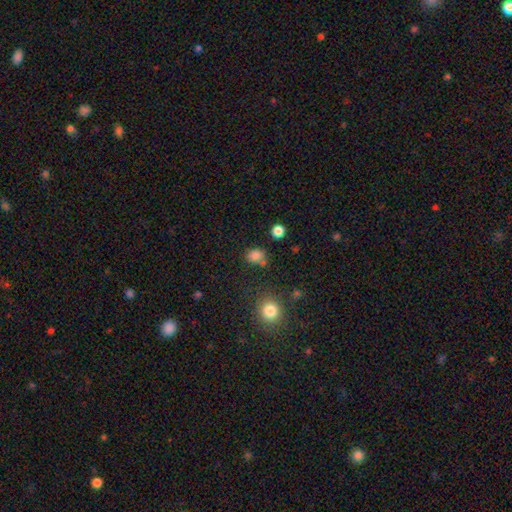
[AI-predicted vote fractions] Overall: smooth (81%). How rounded: round (59%; in between 40%). Merging: none (67%).